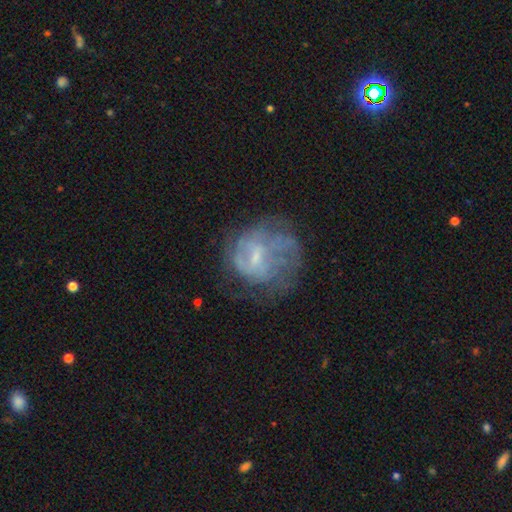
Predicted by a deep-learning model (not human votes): This is likely a featured or disk galaxy (62%). It is clearly not viewed edge-on (98%). Bar: possibly no (49%). Spiral arm pattern: possibly no (52%). Central bulge: possibly small (50%). Merging: possibly none (48%).